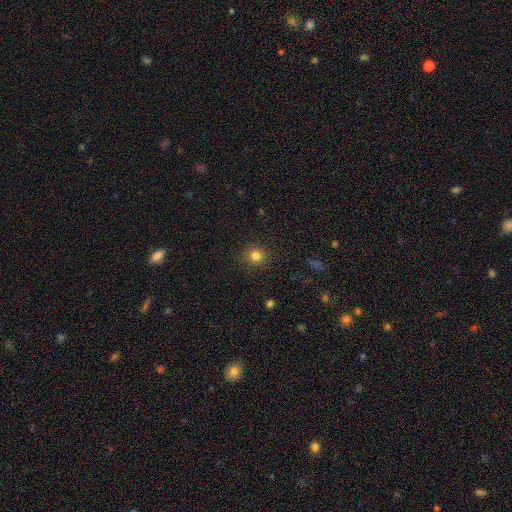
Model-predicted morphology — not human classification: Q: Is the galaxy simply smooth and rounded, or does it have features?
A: smooth — 81%.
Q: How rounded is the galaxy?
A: round — 92%.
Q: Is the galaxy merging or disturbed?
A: none — 90%.